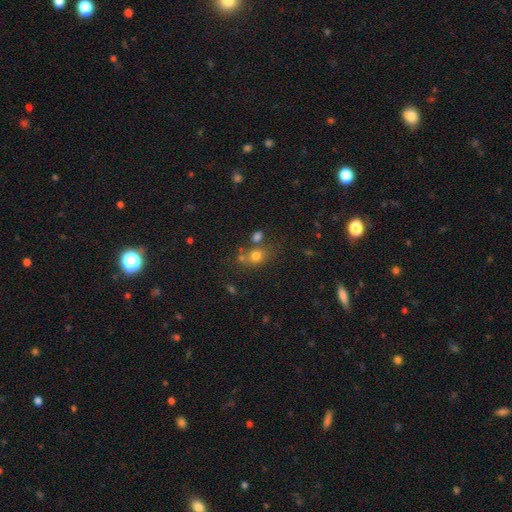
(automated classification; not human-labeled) Overall: smooth (59%; star or artifact 28%). How rounded: round (60%; in between 37%). Merging: none (58%; merger 24%).